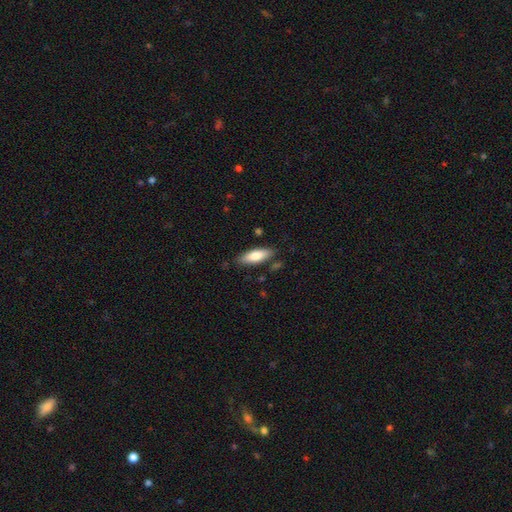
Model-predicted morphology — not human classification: Smooth or featured? smooth (76%)
How rounded? in between (57%)
Merging? none (83%)